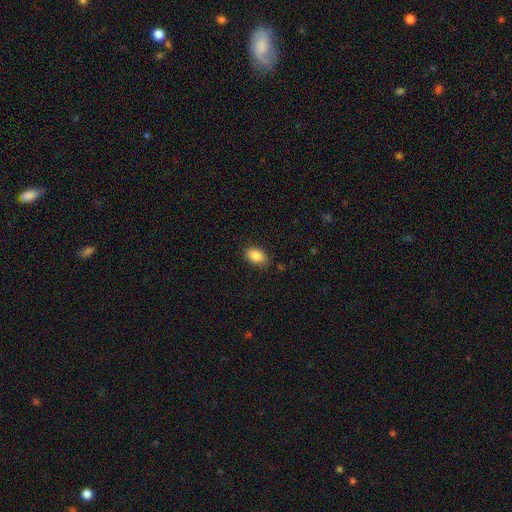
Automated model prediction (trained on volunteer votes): This is clearly a smooth galaxy (88%). How rounded: clearly in between (90%). Merging: clearly none (86%).